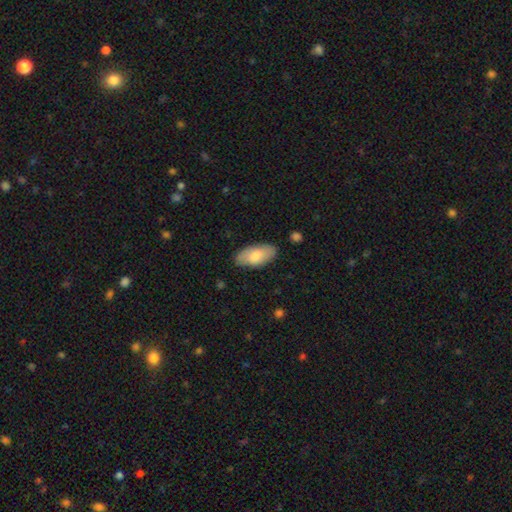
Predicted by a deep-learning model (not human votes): Morphology: type=smooth (75%); roundness=in between (93%); merging=none (81%).